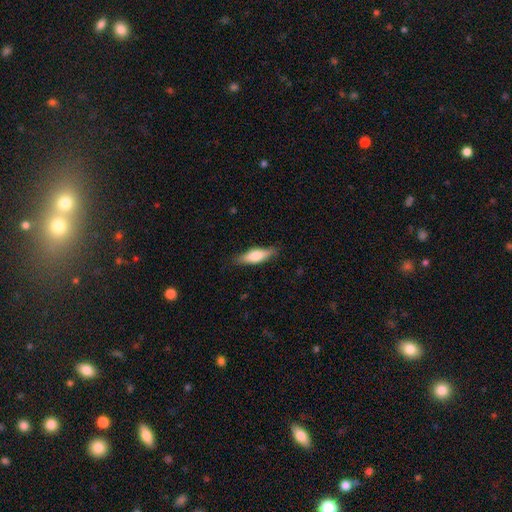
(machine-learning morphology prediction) Smooth or featured? smooth (68%)
How rounded? in between (50%)
Merging? none (83%)